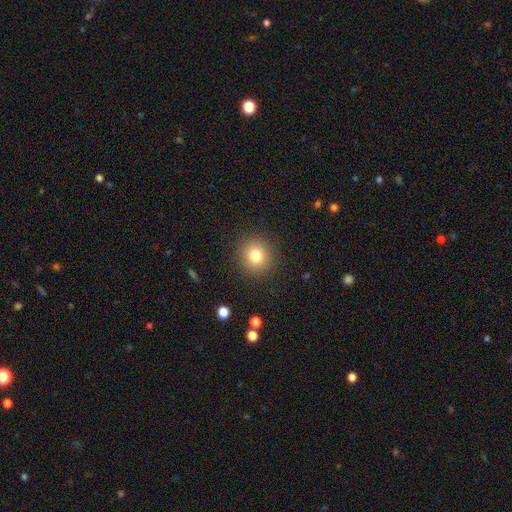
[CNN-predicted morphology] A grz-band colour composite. It shows a smooth galaxy with no disk features (80%) that is round (90%). Merging: none (90%).